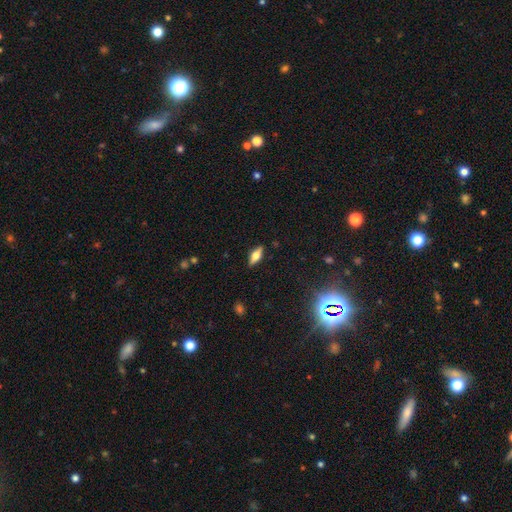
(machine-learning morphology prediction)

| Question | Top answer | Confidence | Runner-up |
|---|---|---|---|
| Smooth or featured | smooth | 49% | featured or disk (42%) |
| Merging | none | 88% | minor disturbance (9%) |